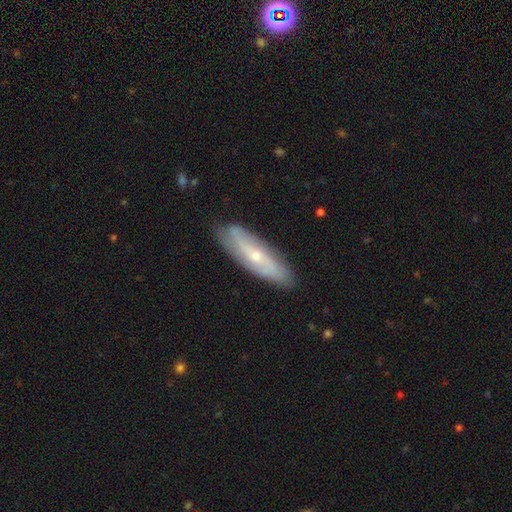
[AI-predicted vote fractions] Smooth or featured: featured or disk — 65% (smooth — 29%)
Edge-on disk: no — 70% (yes — 30%)
Merging: none — 82% (minor disturbance — 14%)